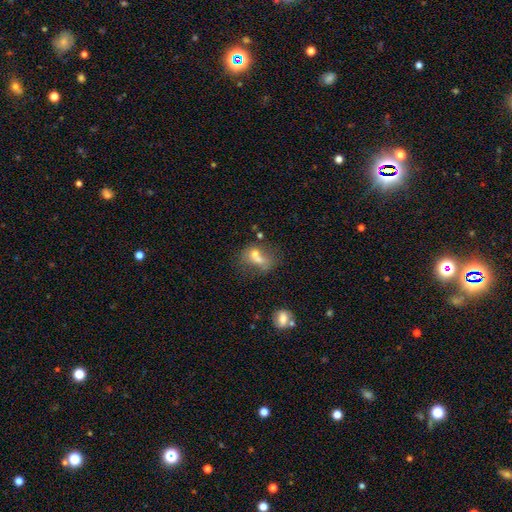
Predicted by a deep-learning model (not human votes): A smooth galaxy with no disk features (55%) that is in between round and cigar-shaped (55%).

Vote fractions:
- Smooth or featured? smooth: 55% / featured or disk: 29% / star or artifact: 16%
- How rounded? in between: 55% / round: 42% / cigar-shaped: 3%
- Merging? merger: 50% / none: 27% / minor disturbance: 12% / major disturbance: 12%